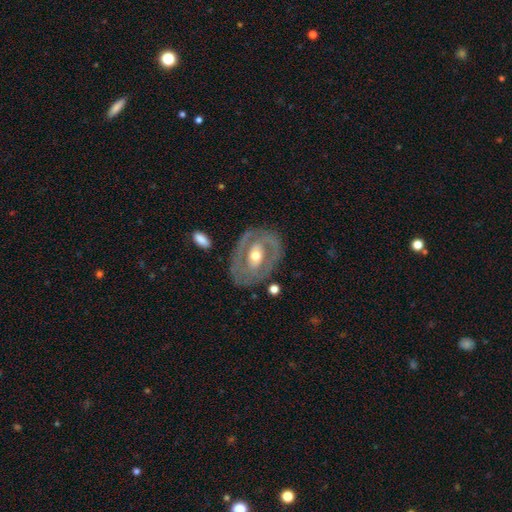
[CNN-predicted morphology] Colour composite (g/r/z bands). It shows a featured or disk galaxy (75%) with no bar (41%), spiral arms (56%) and a moderate central bulge (71%). Merging: none (77%).